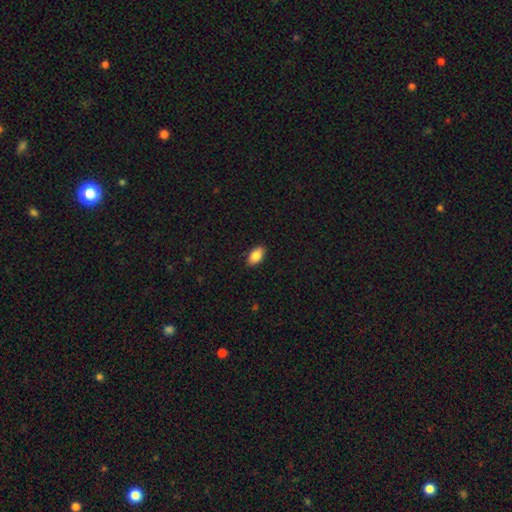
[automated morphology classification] Smooth or featured: smooth — 86% (star or artifact — 7%)
How rounded: in between — 92% (round — 5%)
Merging: none — 87% (minor disturbance — 10%)